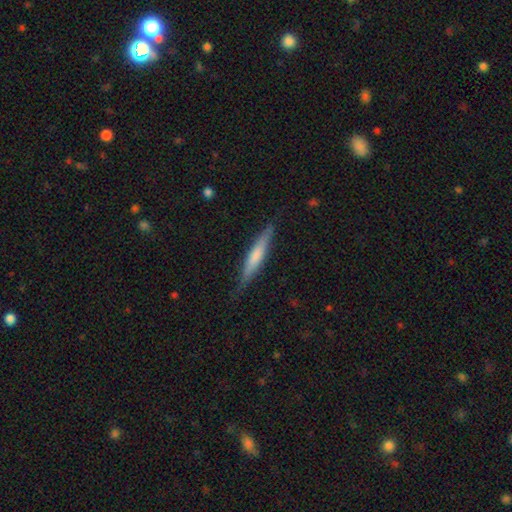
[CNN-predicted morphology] Smooth or featured: smooth — 52% (featured or disk — 42%)
How rounded: cigar-shaped — 93% (in between — 6%)
Merging: none — 85% (minor disturbance — 12%)